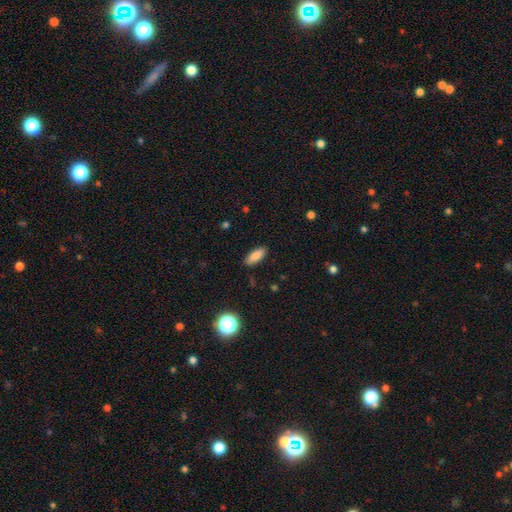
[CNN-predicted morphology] Smooth or featured?
  - smooth: 85% *
  - star or artifact: 8%
  - featured or disk: 7%
How rounded?
  - in between: 77% *
  - cigar-shaped: 21%
  - round: 2%
Merging?
  - none: 88% *
  - minor disturbance: 9%
  - major disturbance: 2%
  - merger: 1%